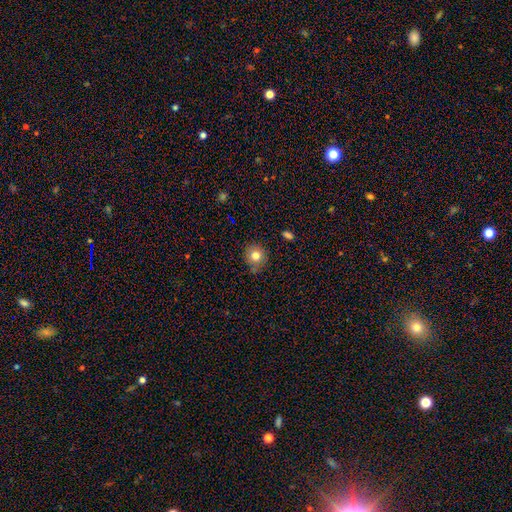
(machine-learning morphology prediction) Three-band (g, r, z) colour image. It shows a smooth galaxy with no disk features (79%) that is round (88%). Merging: none (83%).